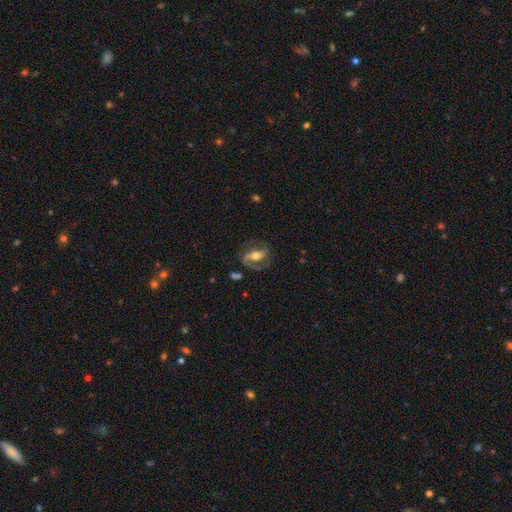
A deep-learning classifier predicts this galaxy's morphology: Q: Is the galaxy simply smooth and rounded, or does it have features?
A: featured or disk — 82%.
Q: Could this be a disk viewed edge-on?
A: no — 95%.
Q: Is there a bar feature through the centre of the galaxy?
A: strong — 45%.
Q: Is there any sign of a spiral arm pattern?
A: yes — 93%.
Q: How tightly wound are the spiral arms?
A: medium — 50%.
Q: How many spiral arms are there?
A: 2 — 84%.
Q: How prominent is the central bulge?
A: moderate — 68%.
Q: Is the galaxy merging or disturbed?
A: none — 70%.